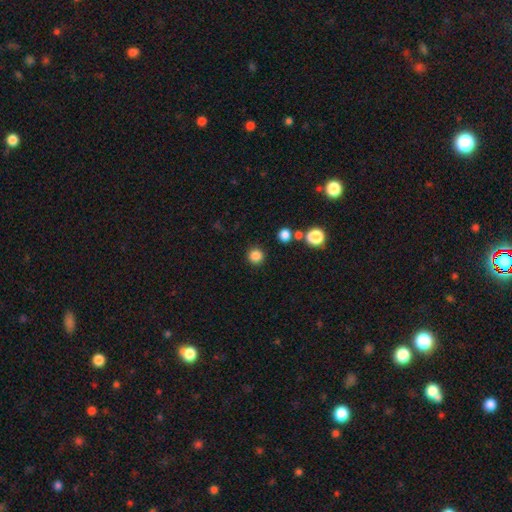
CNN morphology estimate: type=smooth (85%); roundness=round (94%); merging=none (89%).